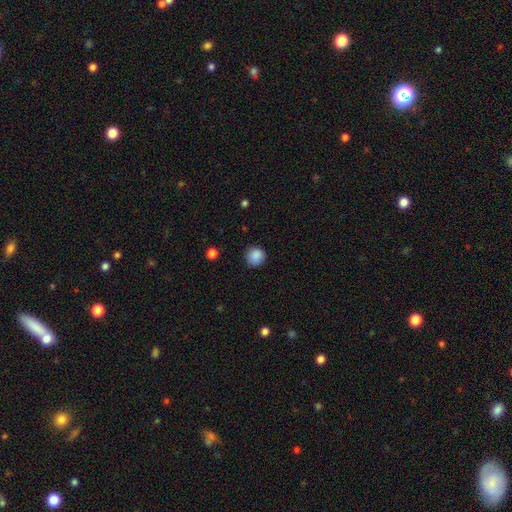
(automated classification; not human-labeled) Overall: smooth (88%). How rounded: round (92%). Merging: none (86%).